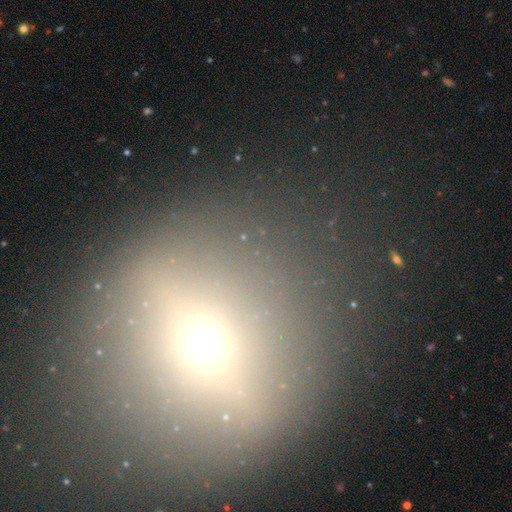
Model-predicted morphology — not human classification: This is possibly a smooth galaxy (48%). Merging: clearly none (82%).